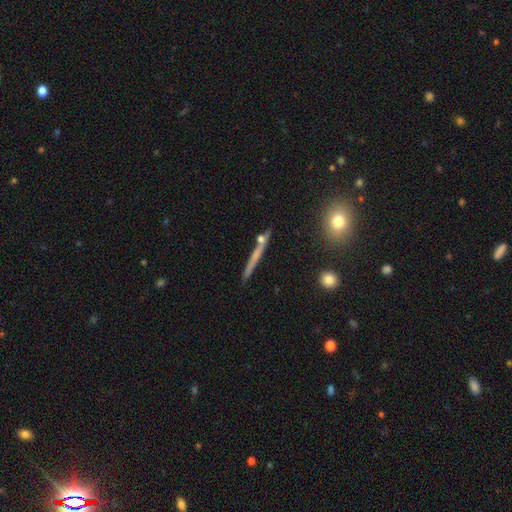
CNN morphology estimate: type=featured or disk (49%); merging=none (81%).